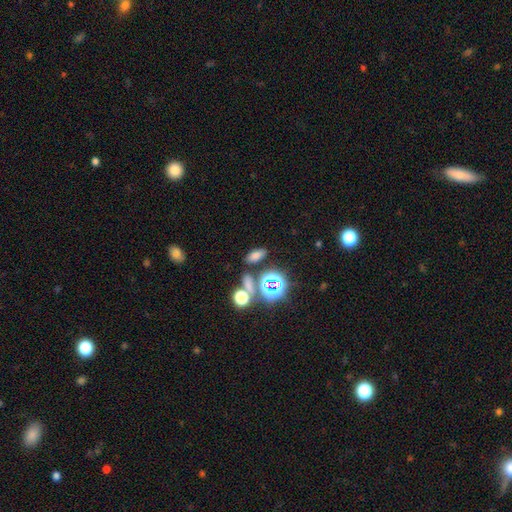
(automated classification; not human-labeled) Smooth or featured: smooth — 65% (star or artifact — 25%)
How rounded: in between — 78% (round — 11%)
Merging: none — 78% (minor disturbance — 9%)